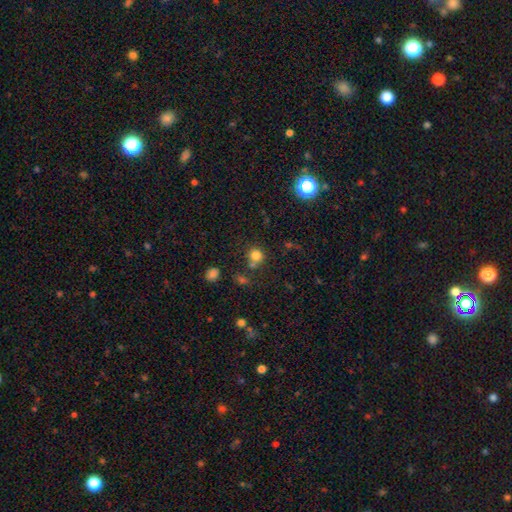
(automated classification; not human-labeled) smooth_or_featured: smooth (p=0.79) [alt: star or artifact p=0.15]
how_rounded: round (p=0.85) [alt: in between p=0.14]
merging: none (p=0.62) [alt: merger p=0.21]